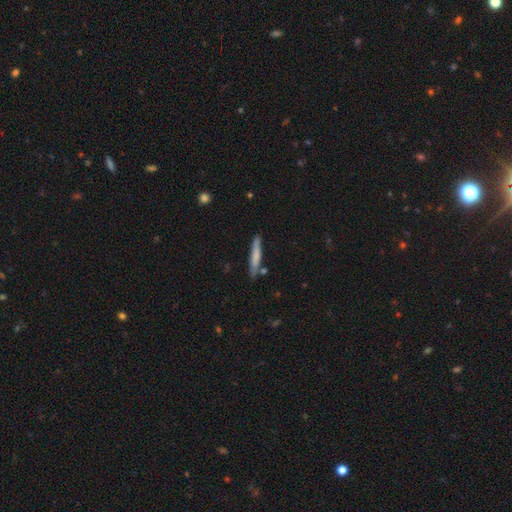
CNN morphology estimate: This is likely a smooth galaxy (67%). How rounded: clearly cigar-shaped (93%). Merging: likely none (80%).